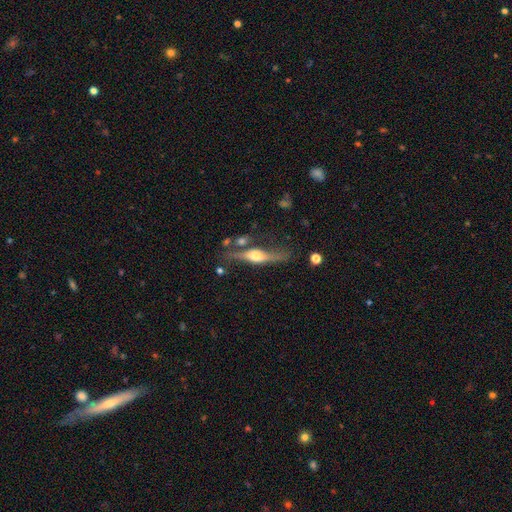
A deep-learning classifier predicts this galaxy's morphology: Smooth or featured? Predicted: featured or disk (p=0.71). Edge-on disk? Predicted: yes (p=0.89). Edge-on bulge? Predicted: rounded (p=0.91). Merging? Predicted: none (p=0.63).